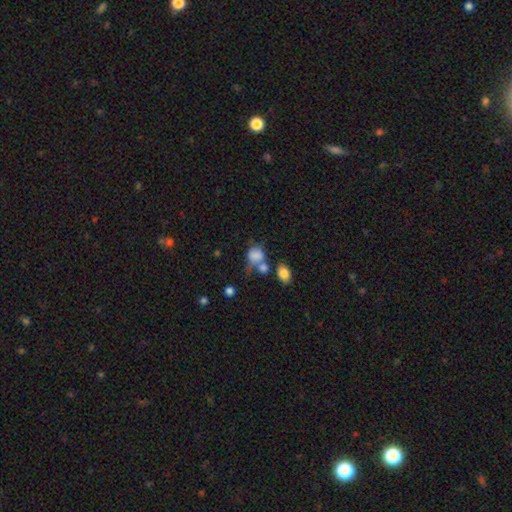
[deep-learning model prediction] Smooth or featured: smooth — 76% (featured or disk — 14%)
How rounded: in between — 51% (round — 47%)
Merging: merger — 39% (none — 25%)